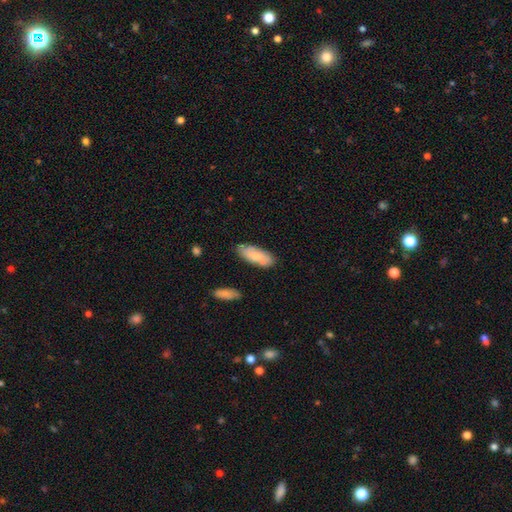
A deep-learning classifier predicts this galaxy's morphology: Smooth or featured? Predicted: smooth (p=0.64). How rounded? Predicted: in between (p=0.79). Merging? Predicted: none (p=0.76).